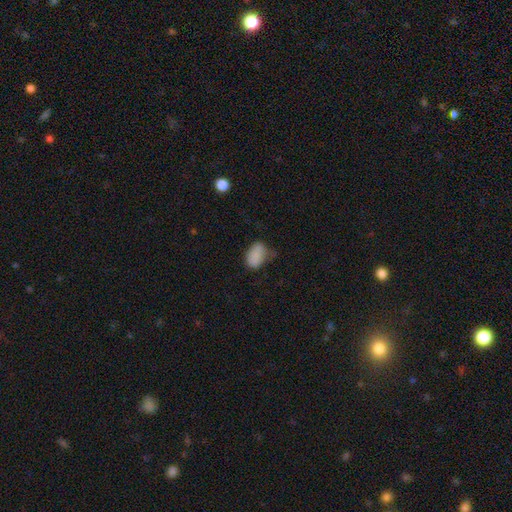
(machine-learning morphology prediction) A smooth galaxy with no disk features (85%) that is in between round and cigar-shaped (89%).

Vote fractions:
- Smooth or featured? smooth: 85% / star or artifact: 9% / featured or disk: 6%
- How rounded? in between: 89% / round: 9% / cigar-shaped: 1%
- Merging? none: 50% / minor disturbance: 35% / major disturbance: 12% / merger: 3%